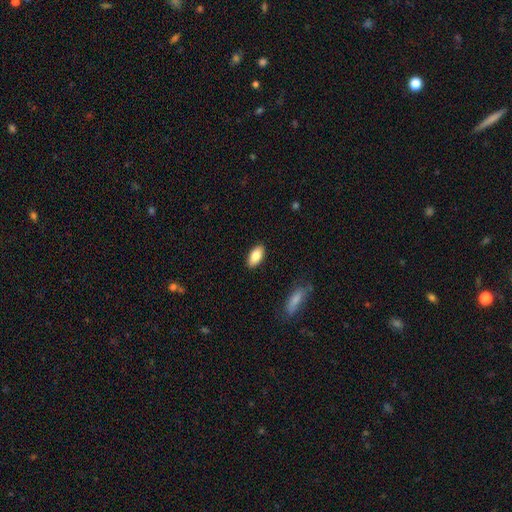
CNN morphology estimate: Smooth or featured: smooth — 83% (featured or disk — 11%)
How rounded: in between — 91% (cigar-shaped — 7%)
Merging: none — 89% (minor disturbance — 8%)